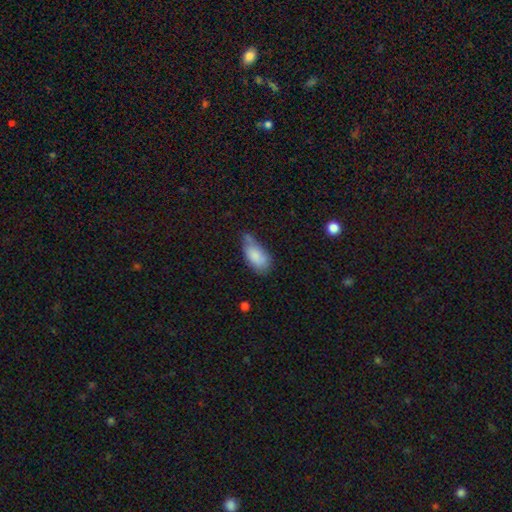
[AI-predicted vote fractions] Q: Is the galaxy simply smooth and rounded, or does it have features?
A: smooth — 81%.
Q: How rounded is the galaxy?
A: in between — 90%.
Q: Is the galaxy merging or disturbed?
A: minor disturbance — 41%, tied with none.